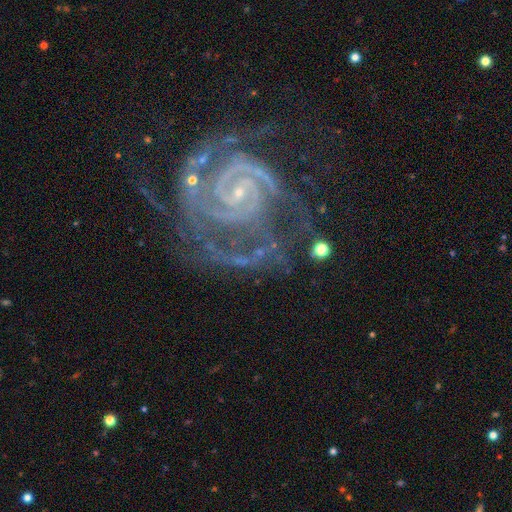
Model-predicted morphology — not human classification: This is clearly a featured or disk galaxy (92%). It is clearly not viewed edge-on (98%). Bar: possibly no (48%). Spiral arm pattern: clearly yes (99%). Spiral arm count: possibly 2 (59%). Spiral winding: likely tight (77%). Central bulge: clearly small (85%). Merging: possibly none (49%).